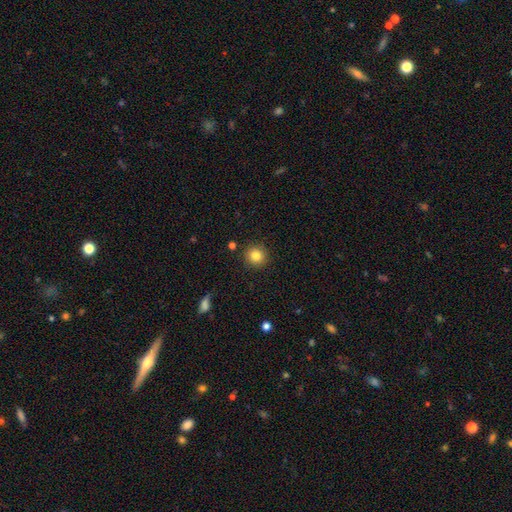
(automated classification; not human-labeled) Smooth or featured: smooth — 84% (star or artifact — 10%)
How rounded: round — 93% (in between — 6%)
Merging: none — 90% (minor disturbance — 6%)